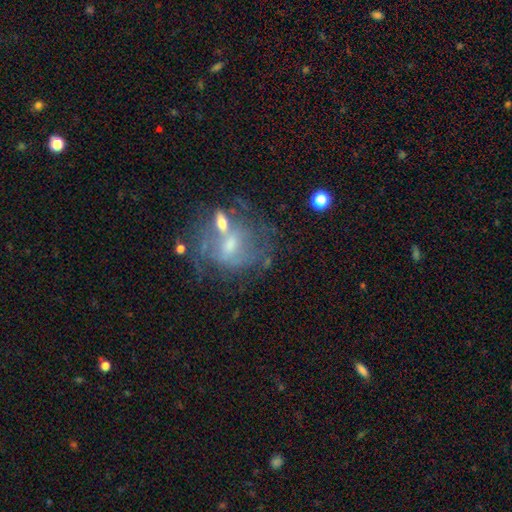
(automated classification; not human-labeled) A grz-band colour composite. It shows a featured or disk galaxy (62%) with a weak bar (41%, tied with no), spiral arms (53%) and a small central bulge (45%). Merging: none (45%).